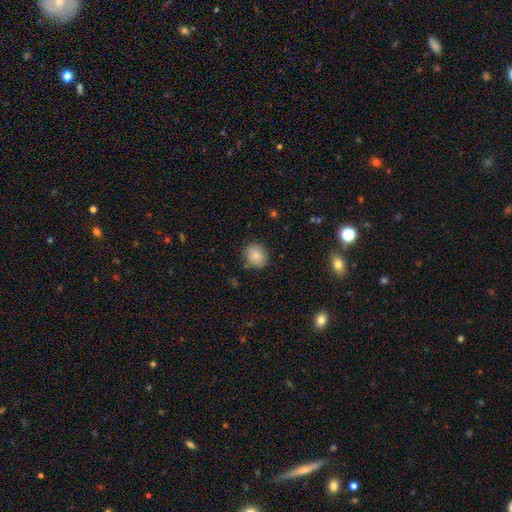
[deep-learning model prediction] Smooth or featured?
  - smooth: 84% *
  - star or artifact: 9%
  - featured or disk: 7%
How rounded?
  - round: 70% *
  - in between: 29%
  - cigar-shaped: 1%
Merging?
  - none: 81% *
  - minor disturbance: 14%
  - major disturbance: 3%
  - merger: 2%